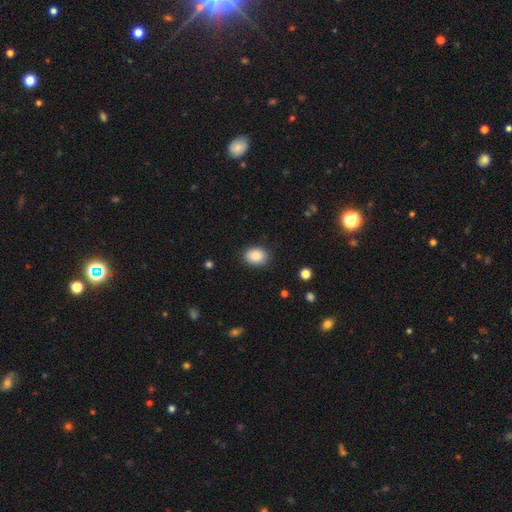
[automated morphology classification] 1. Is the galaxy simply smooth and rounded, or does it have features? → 87% smooth, 8% star or artifact, 4% featured or disk.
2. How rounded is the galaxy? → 64% in between, 35% round, 1% cigar-shaped.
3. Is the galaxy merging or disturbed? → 87% none, 10% minor disturbance, 3% major disturbance, 1% merger.